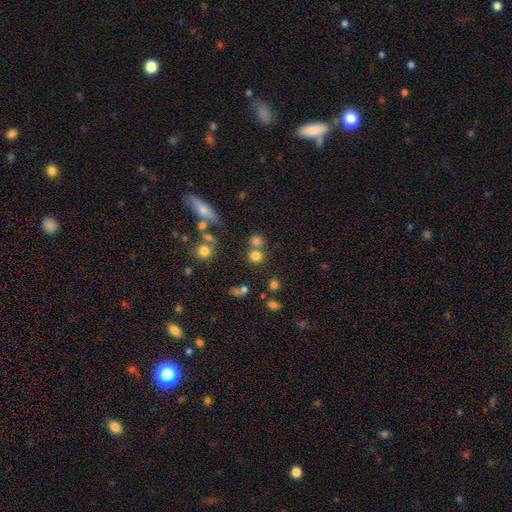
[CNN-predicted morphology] This appears to be a smooth galaxy with no disk features (74%) that is round (89%). Merging: none (60%).